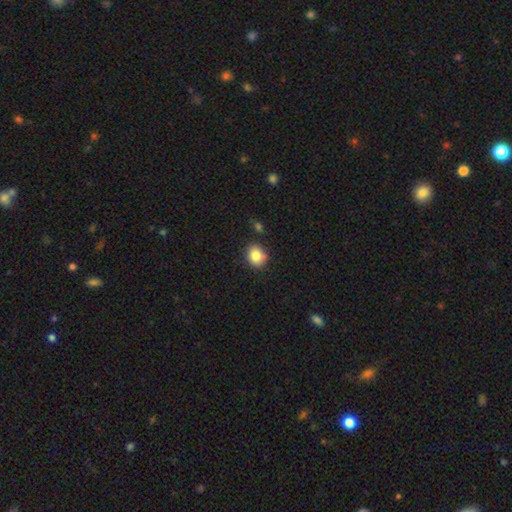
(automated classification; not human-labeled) Smooth or featured? Predicted: smooth (p=0.85). How rounded? Predicted: round (p=0.70). Merging? Predicted: none (p=0.79).